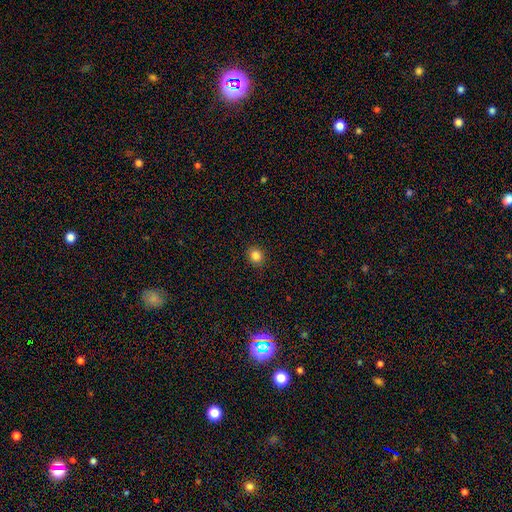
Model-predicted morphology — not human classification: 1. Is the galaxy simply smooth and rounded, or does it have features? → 84% smooth, 12% star or artifact, 4% featured or disk.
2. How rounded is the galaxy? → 81% round, 19% in between, 1% cigar-shaped.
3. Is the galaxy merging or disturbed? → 91% none, 6% minor disturbance, 2% major disturbance, 1% merger.